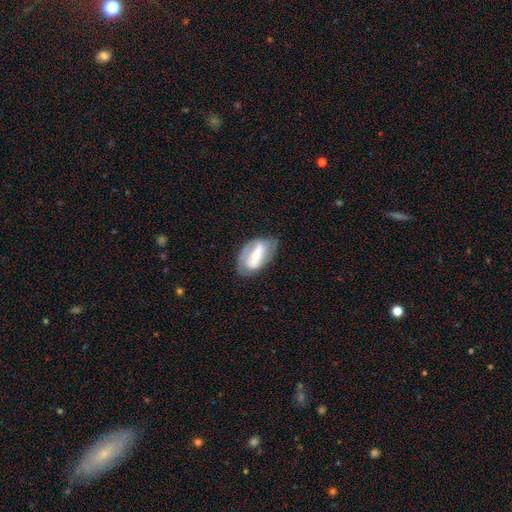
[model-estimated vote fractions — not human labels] Smooth or featured? featured or disk (67%)
Edge-on disk? no (91%)
Bar? strong (64%)
Spiral arms? yes (56%)
Bulge size? moderate (47%)
Merging? none (71%)